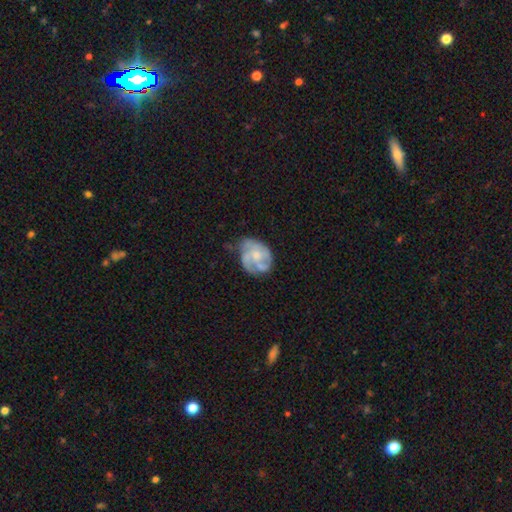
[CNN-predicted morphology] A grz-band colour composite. It shows a featured or disk galaxy (74%) with no bar (76%), 3 (42%) tight (43%) spiral arms (85%) and a moderate central bulge (44%). Merging: none (53%).